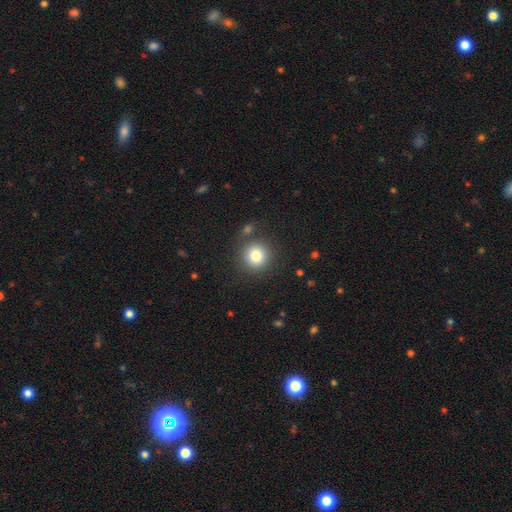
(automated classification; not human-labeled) A smooth galaxy with no disk features (80%) that is round (93%).

Vote fractions:
- Smooth or featured? smooth: 80% / star or artifact: 12% / featured or disk: 8%
- How rounded? round: 93% / in between: 6% / cigar-shaped: 1%
- Merging? none: 83% / minor disturbance: 9% / merger: 5% / major disturbance: 4%